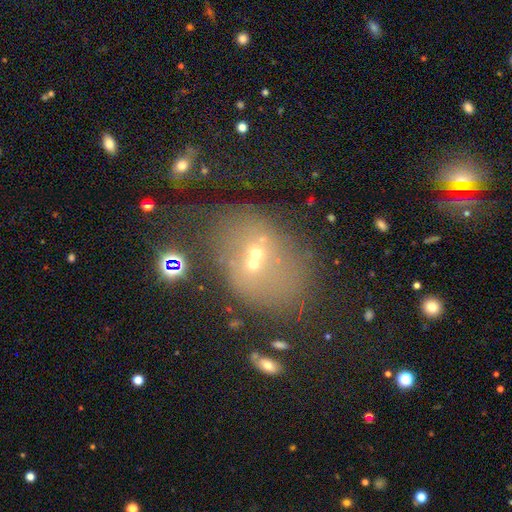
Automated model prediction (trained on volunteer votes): Smooth or featured: smooth — 41% (featured or disk — 31%)
Merging: merger — 48% (none — 32%)